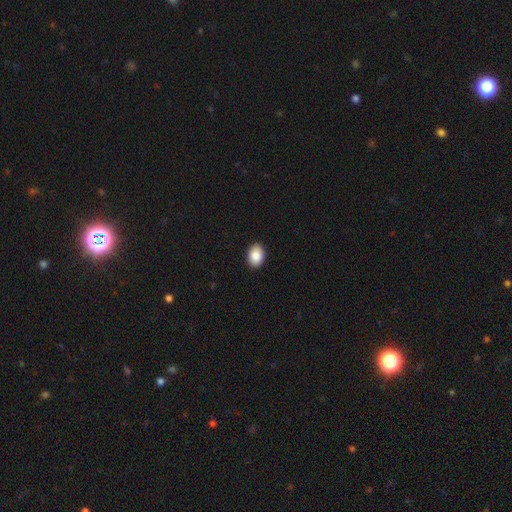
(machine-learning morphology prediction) type=smooth (89%); roundness=in between (79%); merging=none (91%).